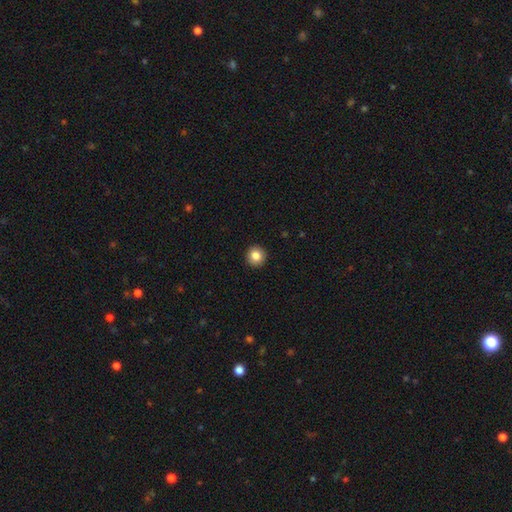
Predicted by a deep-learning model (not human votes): smooth-or-featured: smooth: 85% | star or artifact: 9% | featured or disk: 6%
  how-rounded: round: 94% | in between: 5% | cigar-shaped: 1%
  merging: none: 93% | minor disturbance: 4% | major disturbance: 1% | merger: 1%